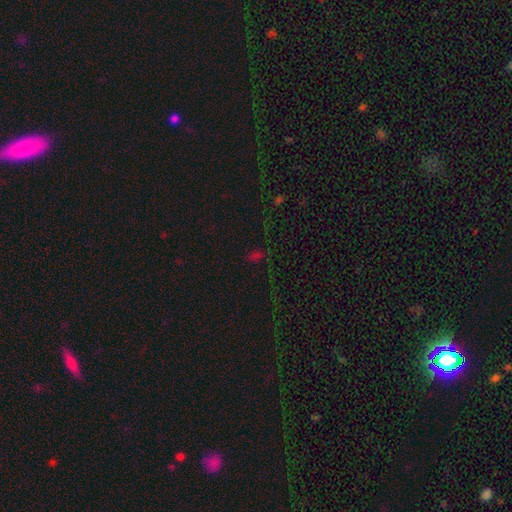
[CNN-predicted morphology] This appears to be a star or artifact, not a galaxy (54%).